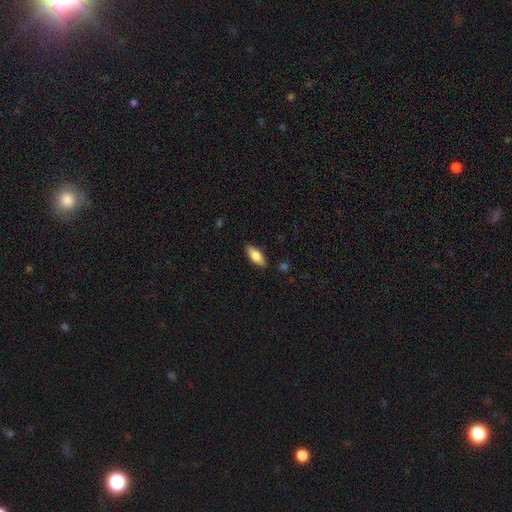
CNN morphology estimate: The model was most divided on "smooth or featured": smooth: 73%, featured or disk: 21%, star or artifact: 6%. More confident: merging — none (87%); how rounded — in between (78%).